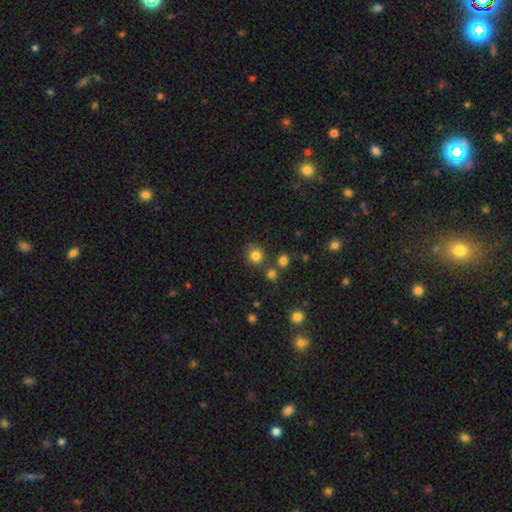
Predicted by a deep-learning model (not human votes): Overall: smooth (80%). How rounded: round (90%). Merging: none (76%).